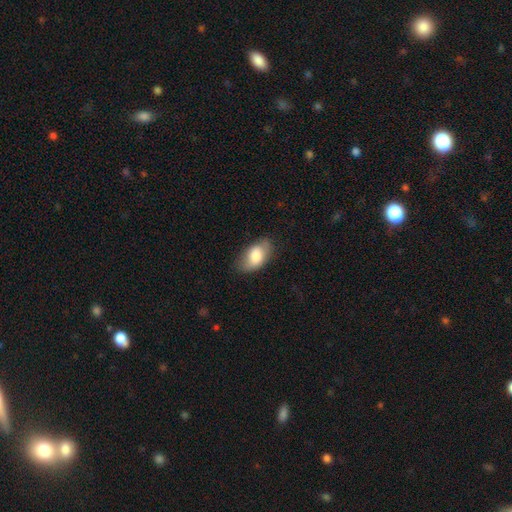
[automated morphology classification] smooth 77%, featured or disk 17%, star or artifact 6%. Down the decision tree: how rounded — in between (93%); merging — none (73%).